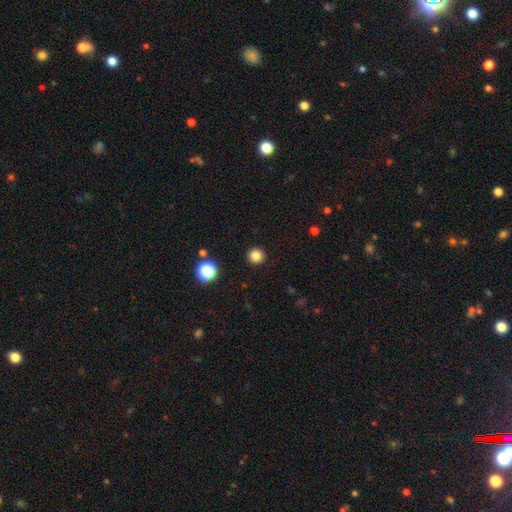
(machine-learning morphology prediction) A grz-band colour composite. It shows a smooth galaxy with no disk features (83%) that is round (95%). Merging: none (93%).